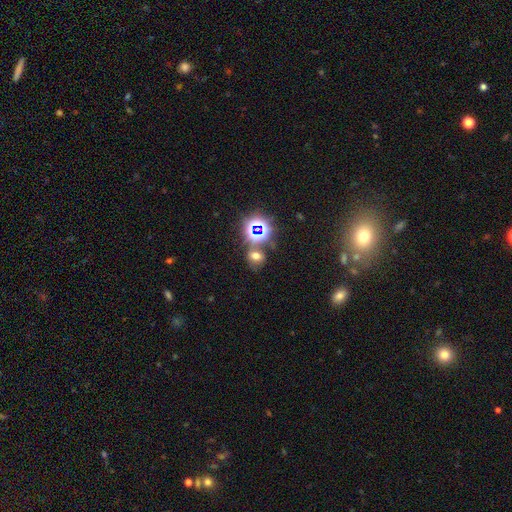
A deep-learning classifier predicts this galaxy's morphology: Smooth or featured? Predicted: smooth (p=0.53). How rounded? Predicted: round (p=0.52). Merging? Predicted: none (p=0.66).